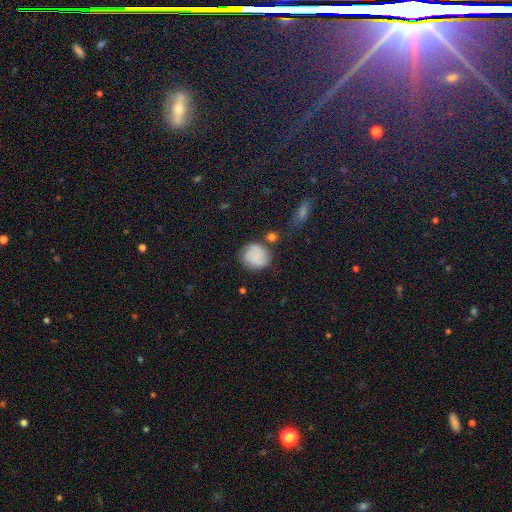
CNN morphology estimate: A smooth galaxy with no disk features (59%) that is round (80%).

Vote fractions:
- Smooth or featured? smooth: 59% / featured or disk: 32% / star or artifact: 9%
- How rounded? round: 80% / in between: 19% / cigar-shaped: 1%
- Merging? none: 67% / minor disturbance: 19% / major disturbance: 7% / merger: 7%